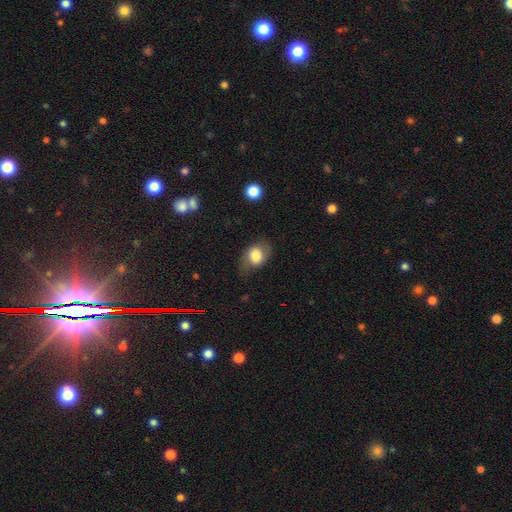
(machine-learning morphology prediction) Smooth or featured? Predicted: smooth (p=0.70). How rounded? Predicted: in between (p=0.69). Merging? Predicted: none (p=0.63).